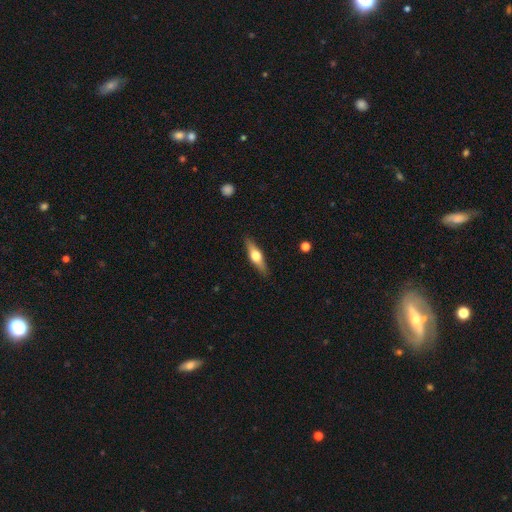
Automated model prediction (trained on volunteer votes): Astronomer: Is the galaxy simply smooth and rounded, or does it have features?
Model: featured or disk — 57% (runner-up: smooth, 37%).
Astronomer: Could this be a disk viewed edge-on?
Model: yes — 94%.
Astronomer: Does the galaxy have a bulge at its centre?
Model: rounded — 95%.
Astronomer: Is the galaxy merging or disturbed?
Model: none — 89%.